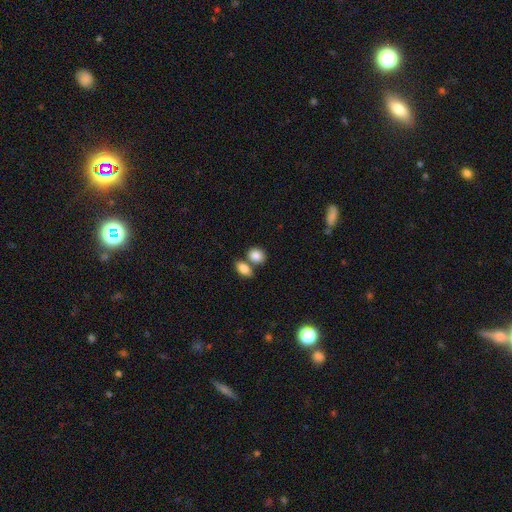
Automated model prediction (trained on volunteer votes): This is clearly a smooth galaxy (85%). How rounded: possibly in between (52%). Merging: possibly none (51%).